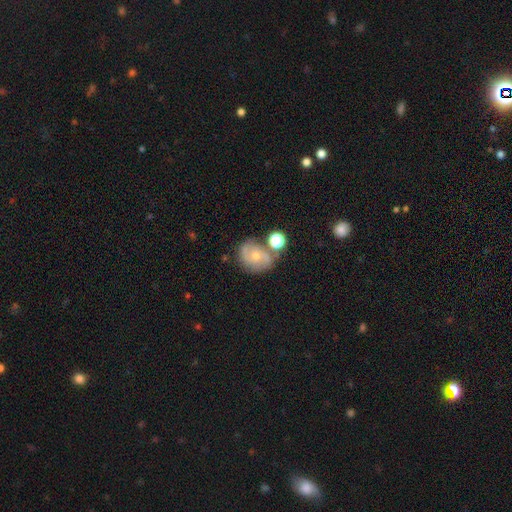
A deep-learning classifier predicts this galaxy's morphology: Q: Smooth or featured?
A: featured or disk (75%); runner-up: smooth (16%)
Q: Edge-on disk?
A: no (98%); runner-up: yes (2%)
Q: Bar?
A: no (64%); runner-up: weak (30%)
Q: Spiral arms?
A: yes (94%); runner-up: no (6%)
Q: Spiral winding?
A: medium (51%); runner-up: tight (31%)
Q: Spiral arm count?
A: 2 (83%); runner-up: can't tell (7%)
Q: Bulge size?
A: small (59%); runner-up: moderate (36%)
Q: Merging?
A: none (65%); runner-up: minor disturbance (17%)